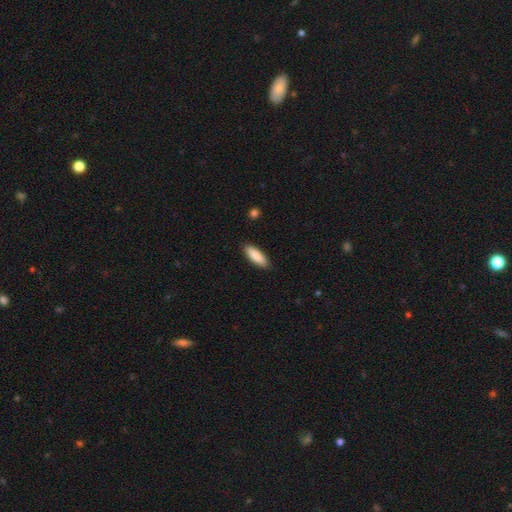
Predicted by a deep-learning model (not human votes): This is clearly a smooth galaxy (87%). How rounded: likely in between (62%). Merging: clearly none (88%).